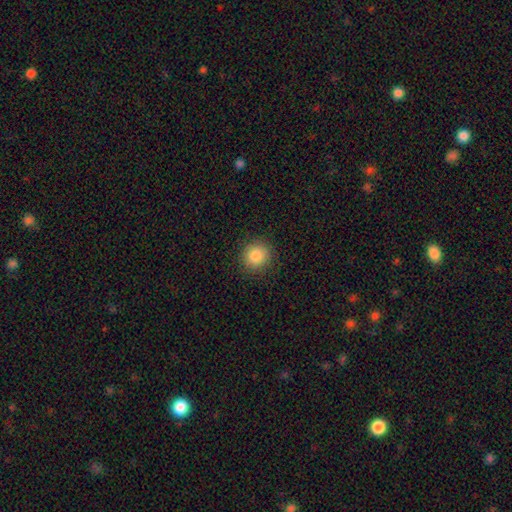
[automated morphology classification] Smooth or featured: smooth — 86% (star or artifact — 10%)
How rounded: round — 89% (in between — 10%)
Merging: none — 90% (minor disturbance — 7%)